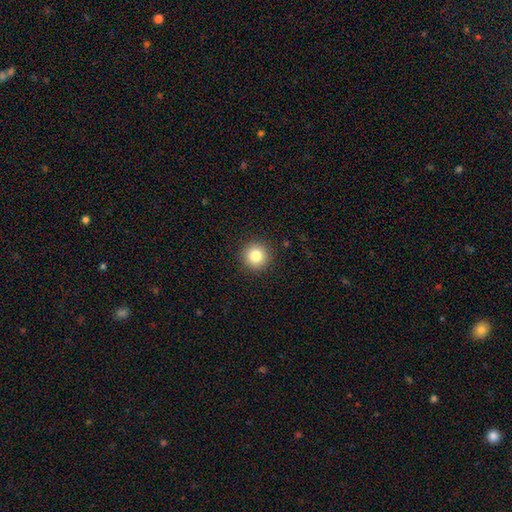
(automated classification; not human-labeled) Smooth or featured?
  - smooth: 82% *
  - star or artifact: 11%
  - featured or disk: 7%
How rounded?
  - round: 95% *
  - in between: 4%
  - cigar-shaped: 1%
Merging?
  - none: 92% *
  - minor disturbance: 5%
  - major disturbance: 2%
  - merger: 1%